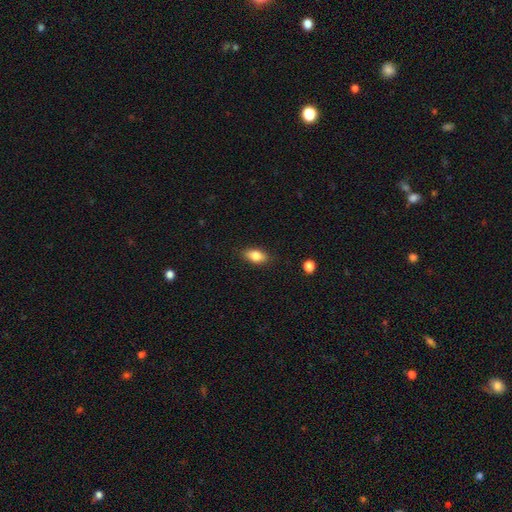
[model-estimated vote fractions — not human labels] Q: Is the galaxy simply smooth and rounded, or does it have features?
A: smooth — 81%.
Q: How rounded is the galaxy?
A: in between — 87%.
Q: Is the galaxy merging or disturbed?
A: none — 86%.